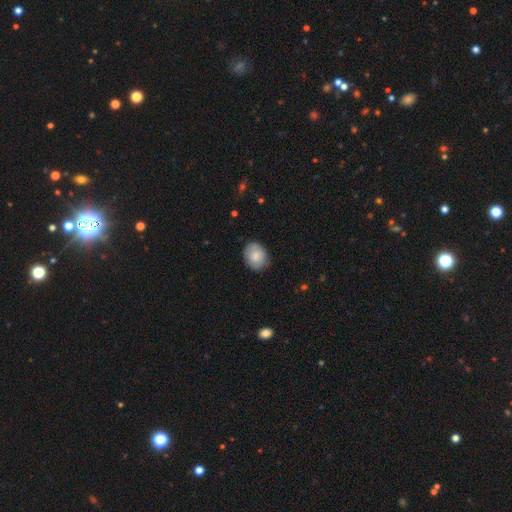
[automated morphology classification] Smooth or featured?
  - smooth: 80% *
  - featured or disk: 13%
  - star or artifact: 7%
How rounded?
  - in between: 50% *
  - round: 49%
  - cigar-shaped: 1%
Merging?
  - none: 81% *
  - minor disturbance: 16%
  - major disturbance: 3%
  - merger: 1%